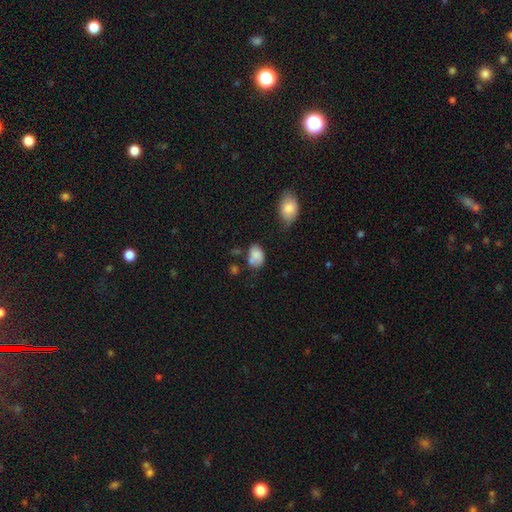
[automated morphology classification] This appears to be a smooth galaxy with no disk features (77%) that is in between round and cigar-shaped (78%). Merging: none (40%).